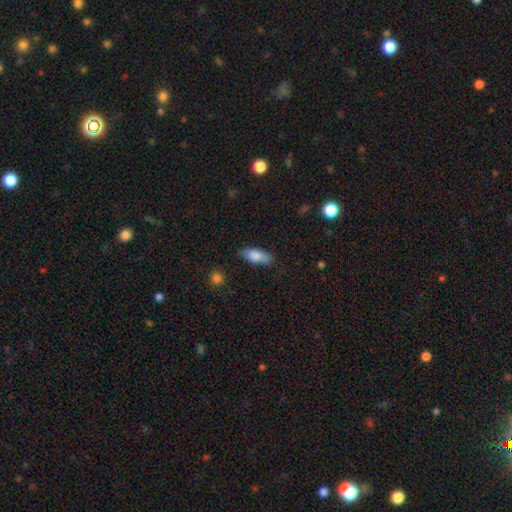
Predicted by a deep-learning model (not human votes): Q: Smooth or featured?
A: smooth (82%); runner-up: featured or disk (11%)
Q: How rounded?
A: in between (78%); runner-up: cigar-shaped (20%)
Q: Merging?
A: none (73%); runner-up: minor disturbance (20%)